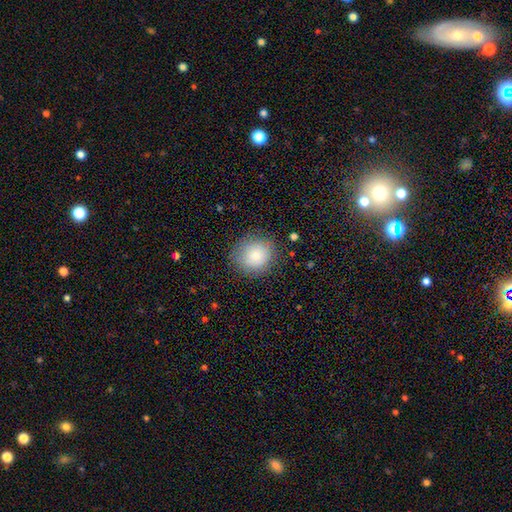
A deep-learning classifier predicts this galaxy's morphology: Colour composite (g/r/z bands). It shows a smooth galaxy with no disk features (80%) that is round (87%). Merging: none (83%).